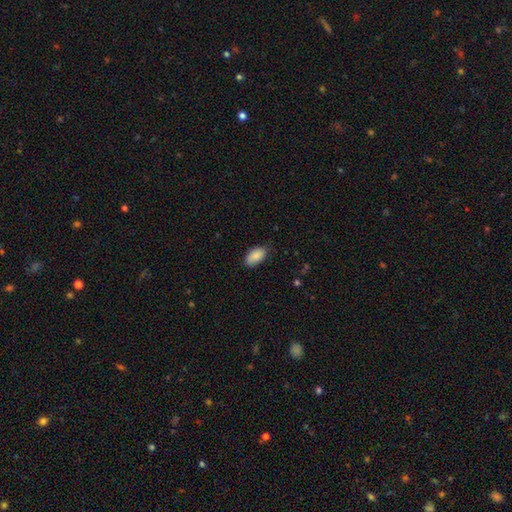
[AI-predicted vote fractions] The model was most divided on "merging": none: 79%, minor disturbance: 17%, major disturbance: 3%, merger: 1%. More confident: how rounded — in between (94%); smooth or featured — smooth (88%).